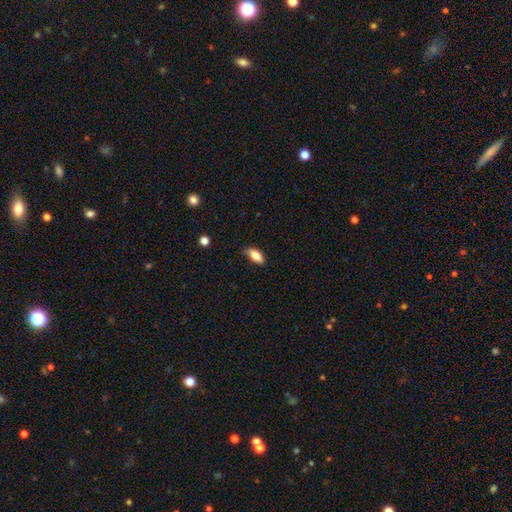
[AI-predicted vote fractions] Smooth or featured? Predicted: smooth (p=0.84). How rounded? Predicted: in between (p=0.86). Merging? Predicted: none (p=0.75).